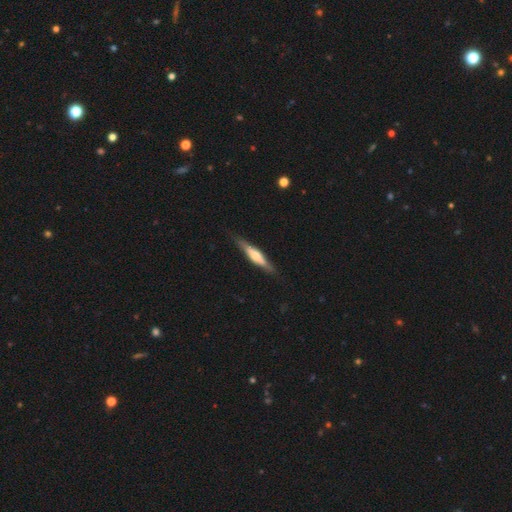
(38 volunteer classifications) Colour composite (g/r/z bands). It shows a featured or disk galaxy (66%) viewed edge-on (88%) with a rounded central bulge (82%). Merging: none (91%).